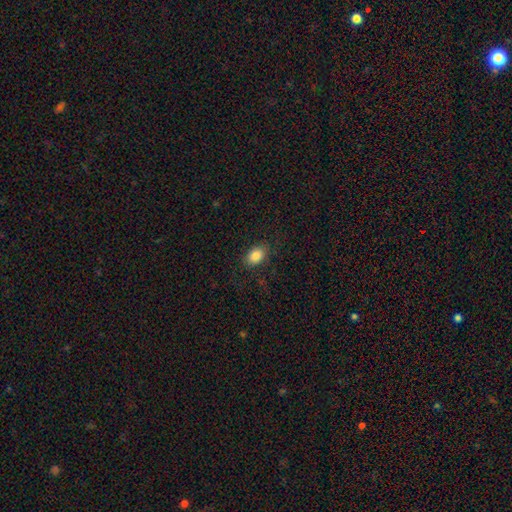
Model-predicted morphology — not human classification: Overall: smooth (86%). How rounded: in between (81%). Merging: none (85%).